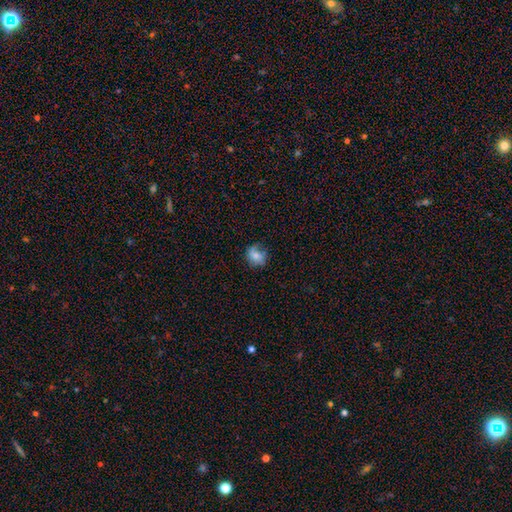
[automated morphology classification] The model was most divided on "merging": none: 60%, minor disturbance: 27%, major disturbance: 12%, merger: 2%. More confident: smooth or featured — smooth (68%); how rounded — round (67%).